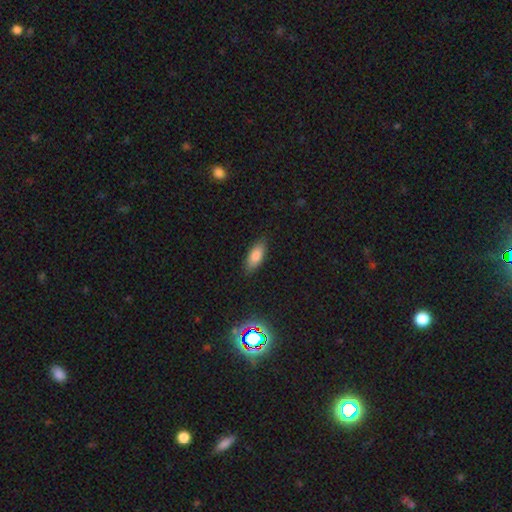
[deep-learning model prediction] Q: Smooth or featured?
A: smooth (83%); runner-up: featured or disk (9%)
Q: How rounded?
A: in between (80%); runner-up: cigar-shaped (18%)
Q: Merging?
A: none (84%); runner-up: minor disturbance (12%)